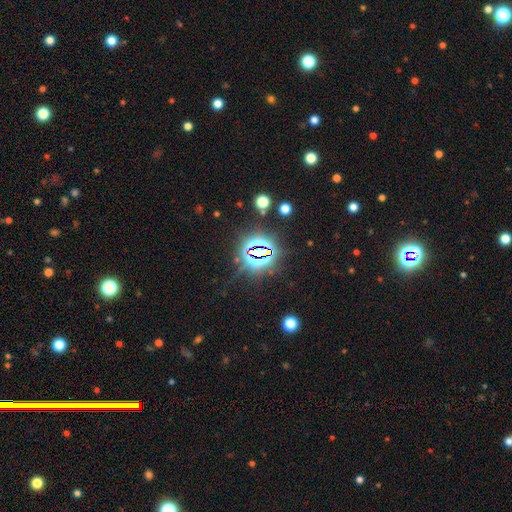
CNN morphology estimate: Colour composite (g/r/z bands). It shows a star or artifact, not a galaxy (79%).